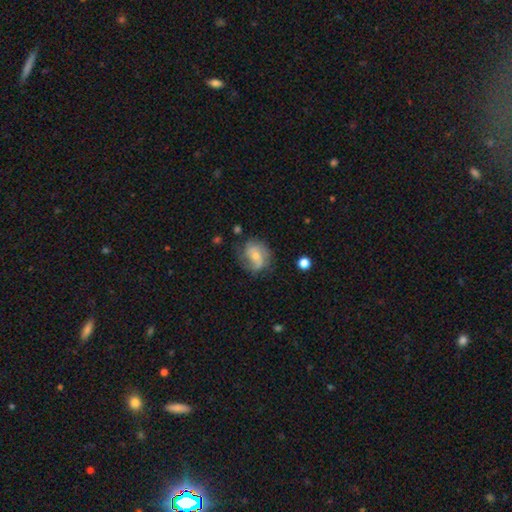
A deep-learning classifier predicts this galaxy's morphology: Smooth or featured: featured or disk — 54% (smooth — 38%)
Edge-on disk: no — 97% (yes — 3%)
Bar: no — 56% (weak — 34%)
Spiral arms: yes — 82% (no — 18%)
Bulge size: small — 53% (moderate — 38%)
Merging: none — 59% (minor disturbance — 25%)